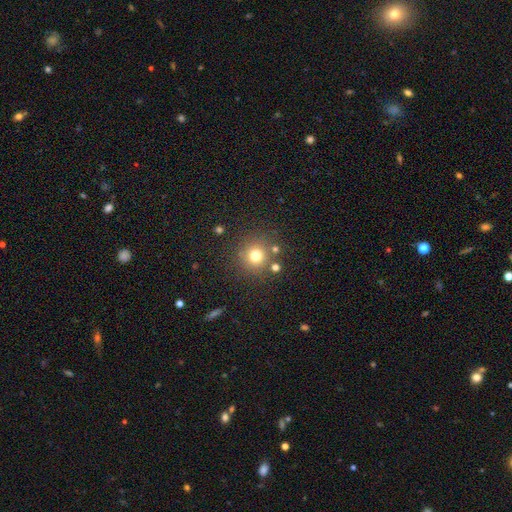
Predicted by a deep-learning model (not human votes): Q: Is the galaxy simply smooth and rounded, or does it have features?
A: smooth — 76%.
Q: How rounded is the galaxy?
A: round — 93%.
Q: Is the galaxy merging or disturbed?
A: none — 82%.